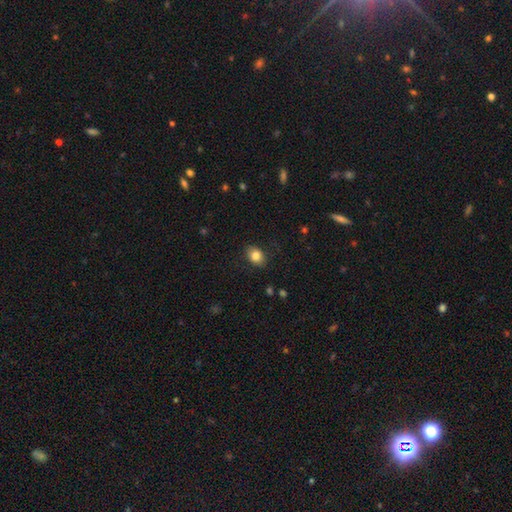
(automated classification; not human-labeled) Morphology: type=smooth (83%); roundness=in between (68%); merging=none (85%).